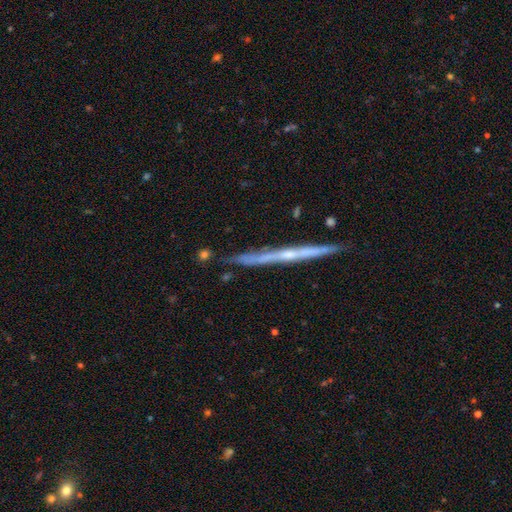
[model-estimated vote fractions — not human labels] Smooth or featured?
  - featured or disk: 72% *
  - smooth: 21%
  - star or artifact: 6%
Edge-on disk?
  - yes: 97% *
  - no: 3%
Edge-on bulge?
  - none: 52% *
  - rounded: 43%
  - boxy: 5%
Merging?
  - none: 88% *
  - minor disturbance: 9%
  - merger: 2%
  - major disturbance: 2%